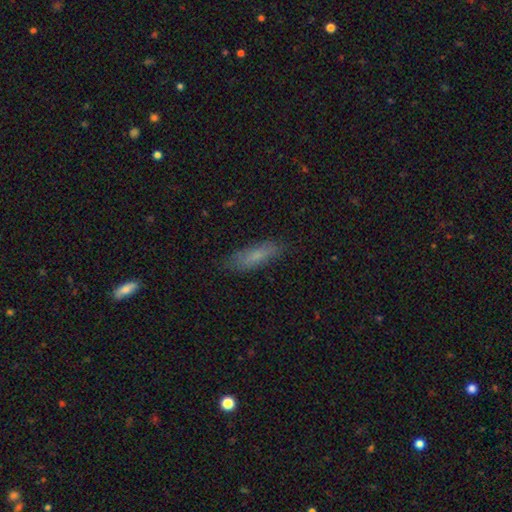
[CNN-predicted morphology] This is likely a smooth galaxy (74%). How rounded: possibly cigar-shaped (57%). Merging: clearly none (81%).